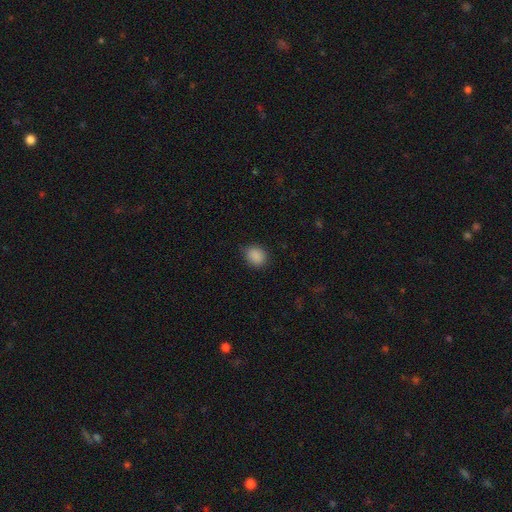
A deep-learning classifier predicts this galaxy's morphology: The model was most divided on "how rounded": round: 55%, in between: 44%, cigar-shaped: 1%. More confident: smooth or featured — smooth (88%); merging — none (81%).